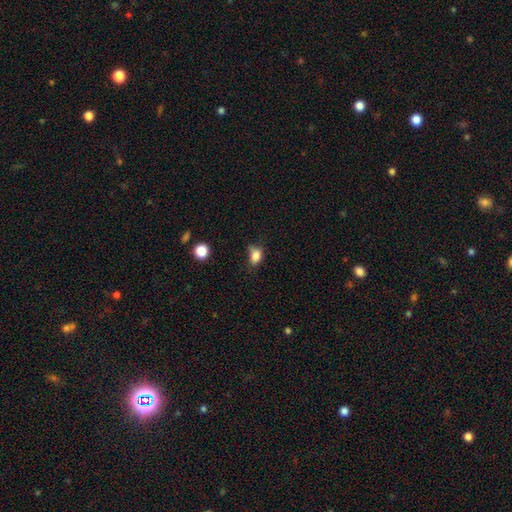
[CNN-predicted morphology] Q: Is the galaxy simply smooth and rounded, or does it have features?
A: smooth — 82%.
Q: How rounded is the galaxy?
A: in between — 76%.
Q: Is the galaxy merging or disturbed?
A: none — 48%.